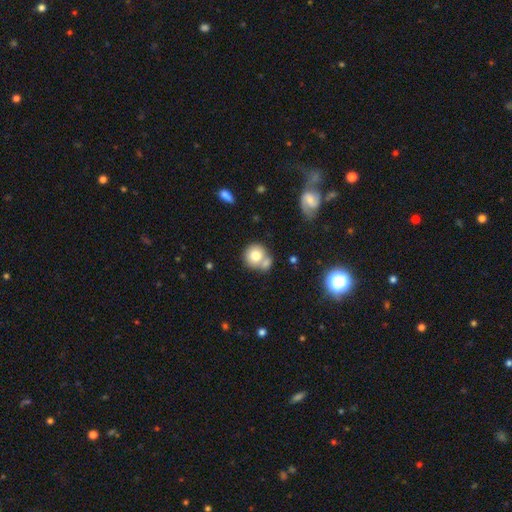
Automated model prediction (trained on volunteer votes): Smooth or featured: smooth — 75% (featured or disk — 17%)
How rounded: round — 87% (in between — 12%)
Merging: none — 46% (merger — 39%)